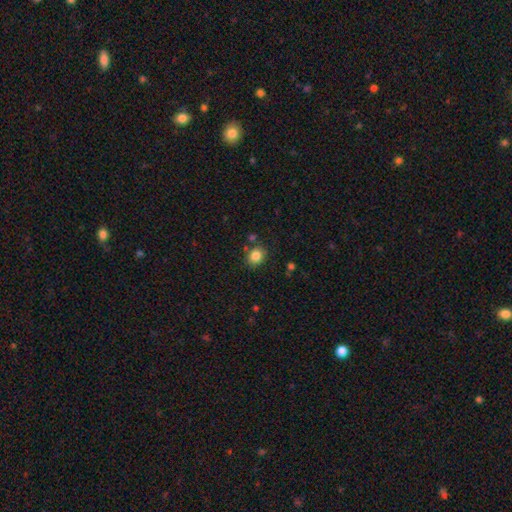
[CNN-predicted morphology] Smooth or featured? smooth (84%)
How rounded? round (67%)
Merging? none (81%)